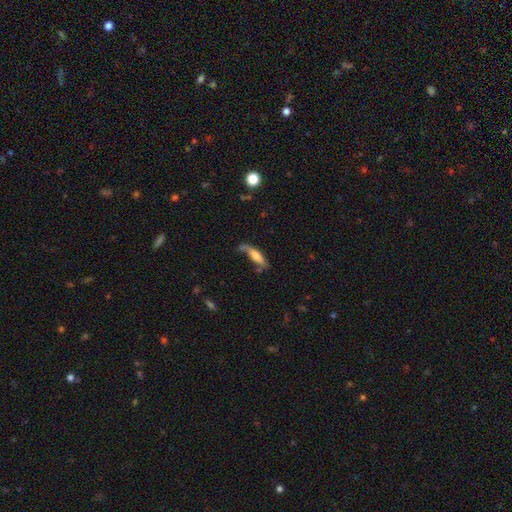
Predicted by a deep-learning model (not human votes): smooth-or-featured: smooth: 64% | featured or disk: 29% | star or artifact: 7%
  how-rounded: cigar-shaped: 58% | in between: 40% | round: 2%
  merging: none: 44% | minor disturbance: 28% | major disturbance: 18% | merger: 10%